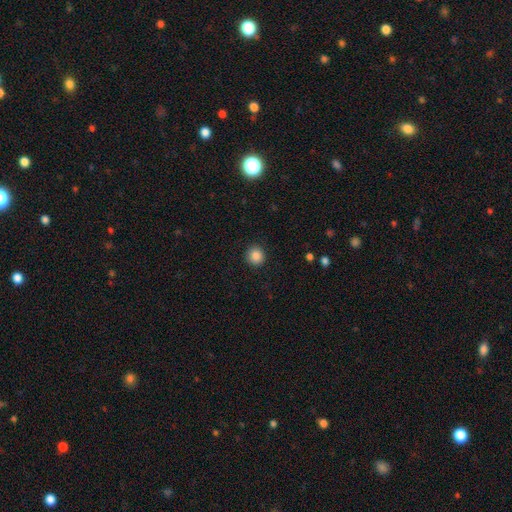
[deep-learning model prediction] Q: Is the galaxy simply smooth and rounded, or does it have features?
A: smooth — 87%.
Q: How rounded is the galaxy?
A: round — 92%.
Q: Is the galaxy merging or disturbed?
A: none — 92%.